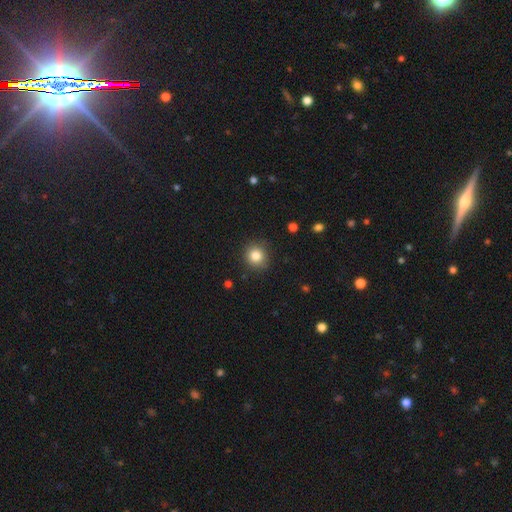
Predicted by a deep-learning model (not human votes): Smooth or featured?
  - smooth: 83% *
  - star or artifact: 11%
  - featured or disk: 6%
How rounded?
  - round: 90% *
  - in between: 9%
  - cigar-shaped: 1%
Merging?
  - none: 89% *
  - minor disturbance: 8%
  - major disturbance: 2%
  - merger: 1%